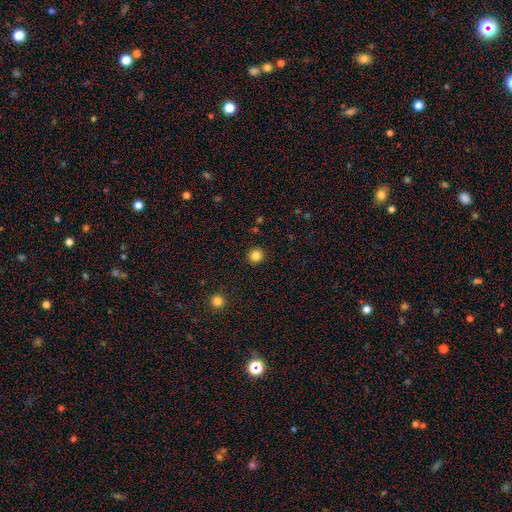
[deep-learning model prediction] smooth 84%, star or artifact 12%, featured or disk 5%. Down the decision tree: how rounded — round (89%); merging — none (92%).